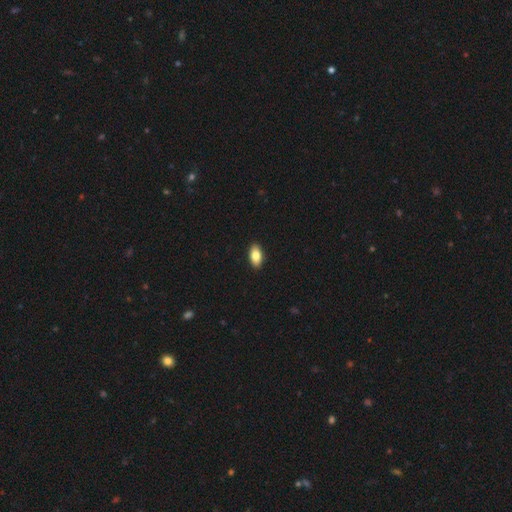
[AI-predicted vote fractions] smooth-or-featured: smooth: 83% | featured or disk: 10% | star or artifact: 7%
  how-rounded: in between: 92% | cigar-shaped: 4% | round: 4%
  merging: none: 91% | minor disturbance: 6% | major disturbance: 1% | merger: 1%